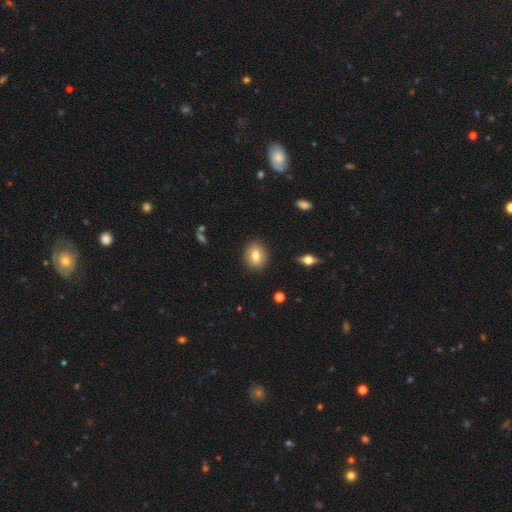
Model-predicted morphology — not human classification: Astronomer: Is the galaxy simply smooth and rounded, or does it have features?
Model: smooth — 77%.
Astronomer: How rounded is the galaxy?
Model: round — 55% (runner-up: in between, 44%).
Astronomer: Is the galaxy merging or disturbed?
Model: none — 89%.